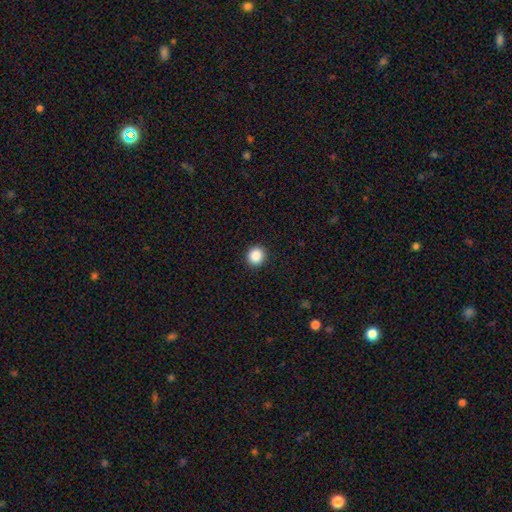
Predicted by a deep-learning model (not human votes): Smooth or featured? Predicted: smooth (p=0.88). How rounded? Predicted: round (p=0.90). Merging? Predicted: none (p=0.93).